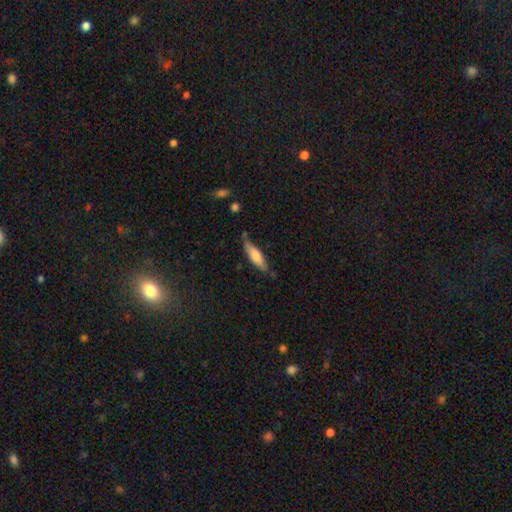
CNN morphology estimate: This is likely a smooth galaxy (71%). How rounded: possibly cigar-shaped (59%). Merging: likely none (67%).